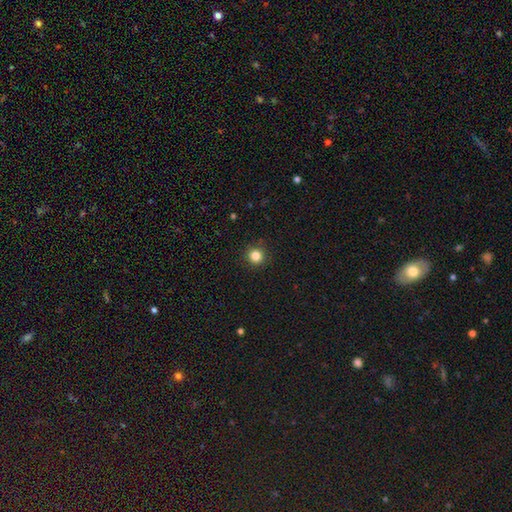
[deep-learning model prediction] The model was most divided on "smooth or featured": smooth: 83%, star or artifact: 12%, featured or disk: 4%. More confident: how rounded — round (95%); merging — none (92%).